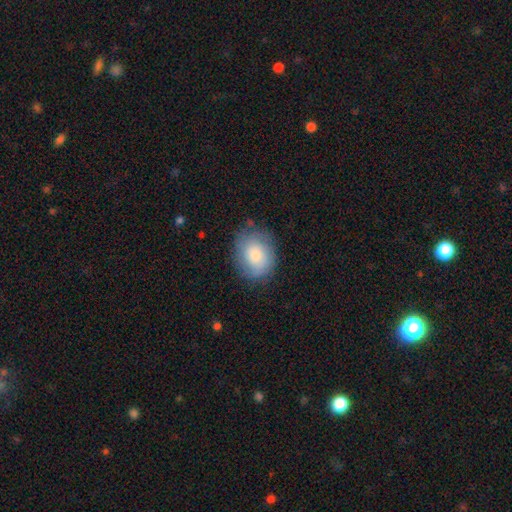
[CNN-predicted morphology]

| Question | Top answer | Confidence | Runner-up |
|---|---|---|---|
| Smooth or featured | smooth | 74% | featured or disk (18%) |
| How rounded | round | 54% | in between (45%) |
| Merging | none | 72% | minor disturbance (20%) |